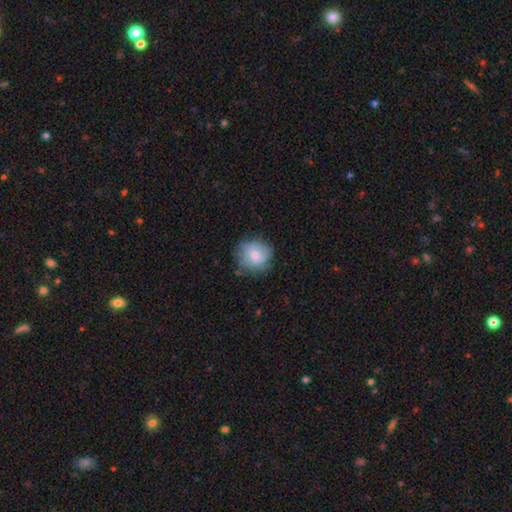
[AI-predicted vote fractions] smooth_or_featured: smooth (p=0.70) [alt: featured or disk p=0.22]
how_rounded: round (p=0.82) [alt: in between p=0.17]
merging: none (p=0.65) [alt: minor disturbance p=0.25]